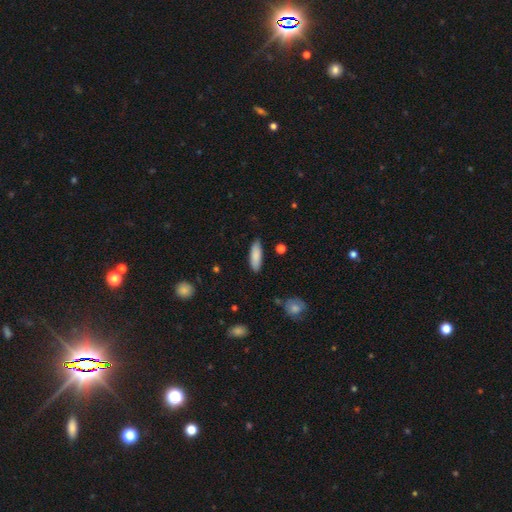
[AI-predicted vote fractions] This appears to be a smooth galaxy with no disk features (86%) that is in between round and cigar-shaped (52%). Merging: none (85%).